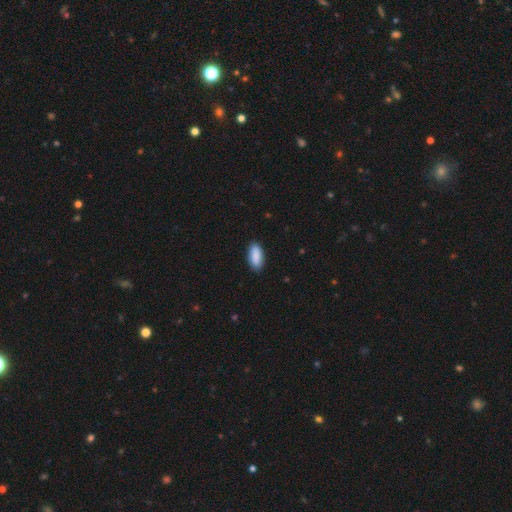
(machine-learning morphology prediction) Smooth or featured? smooth (90%)
How rounded? in between (87%)
Merging? none (87%)